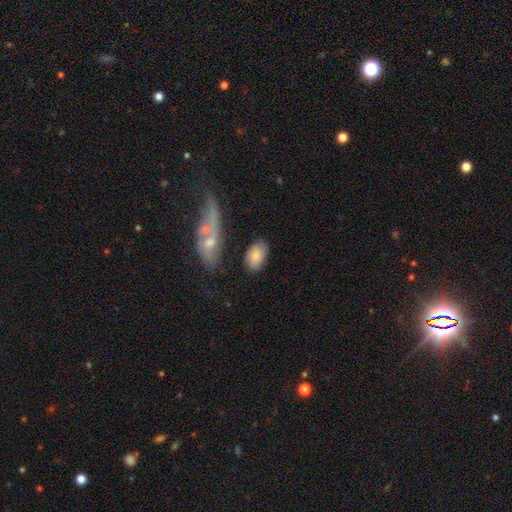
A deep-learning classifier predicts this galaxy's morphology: smooth_or_featured: smooth (p=0.75) [alt: featured or disk p=0.18]
how_rounded: in between (p=0.90) [alt: round p=0.08]
merging: none (p=0.69) [alt: minor disturbance p=0.19]